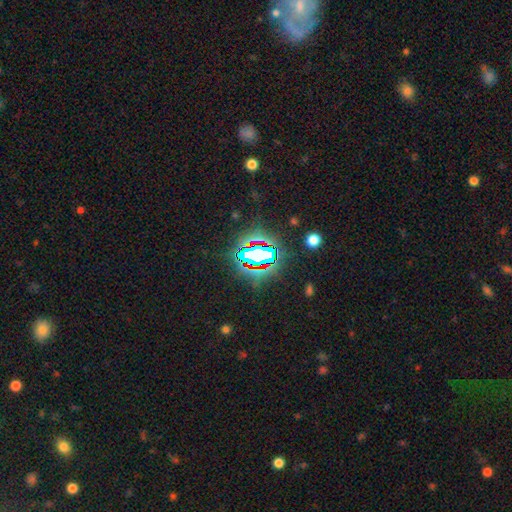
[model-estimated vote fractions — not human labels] The model was most divided on "smooth or featured": star or artifact: 73%, smooth: 15%, featured or disk: 12%.